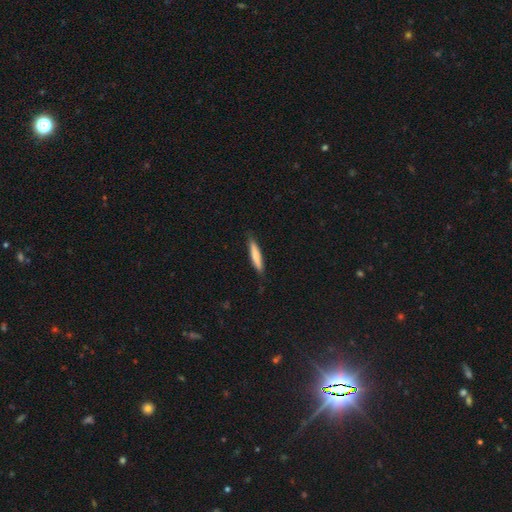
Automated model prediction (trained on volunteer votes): Smooth or featured? smooth (73%)
How rounded? cigar-shaped (90%)
Merging? none (86%)